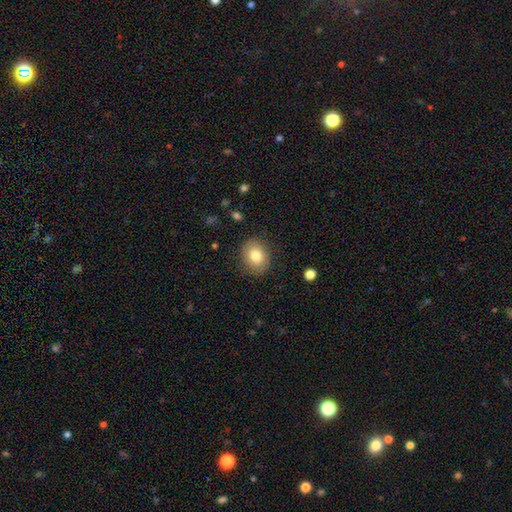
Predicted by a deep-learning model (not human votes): smooth 79%, featured or disk 12%, star or artifact 8%. Down the decision tree: how rounded — round (59%); merging — none (85%).